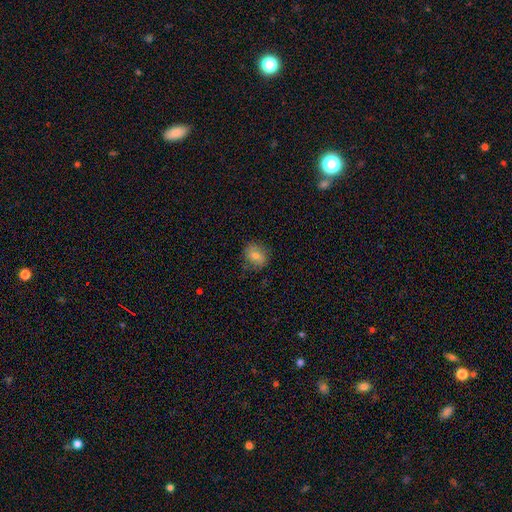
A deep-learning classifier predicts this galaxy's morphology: Overall: smooth (75%). How rounded: round (58%; in between 41%). Merging: none (76%).